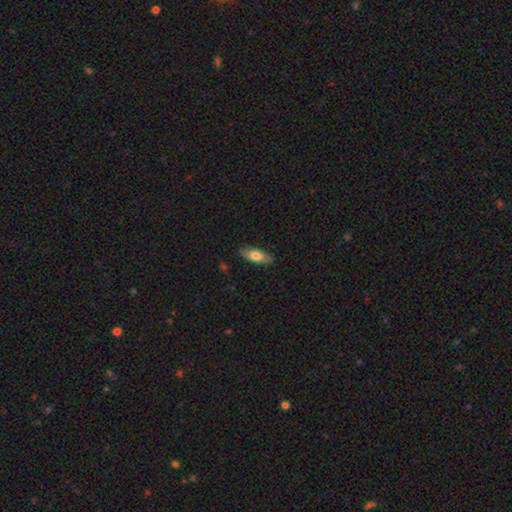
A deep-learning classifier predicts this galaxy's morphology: Q: Smooth or featured?
A: smooth (73%); runner-up: featured or disk (21%)
Q: How rounded?
A: in between (66%); runner-up: cigar-shaped (32%)
Q: Merging?
A: none (87%); runner-up: minor disturbance (10%)